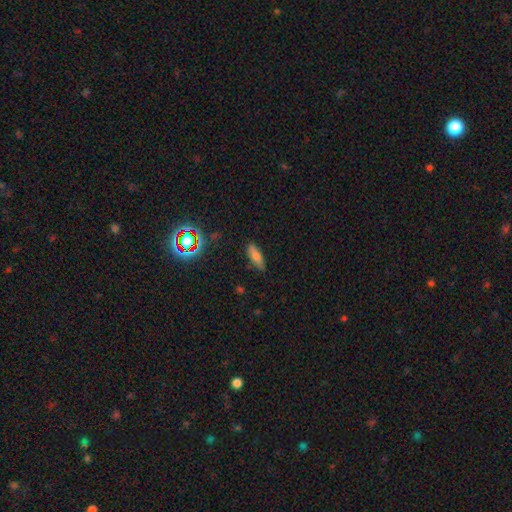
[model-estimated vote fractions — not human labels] Overall: smooth (73%). How rounded: in between (61%; cigar-shaped 37%). Merging: none (81%).